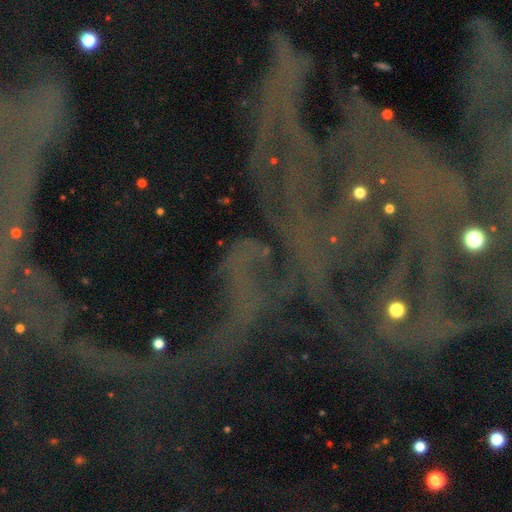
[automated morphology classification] star or artifact 76%, featured or disk 15%, smooth 9%.